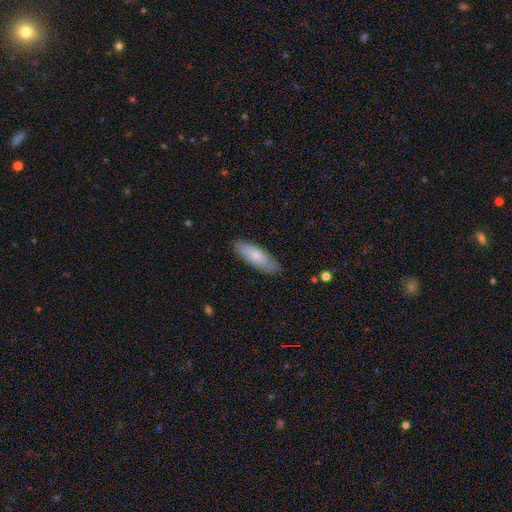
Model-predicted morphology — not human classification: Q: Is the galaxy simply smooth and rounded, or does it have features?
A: smooth — 73%.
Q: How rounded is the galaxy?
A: in between — 59%.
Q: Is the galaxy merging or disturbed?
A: none — 84%.